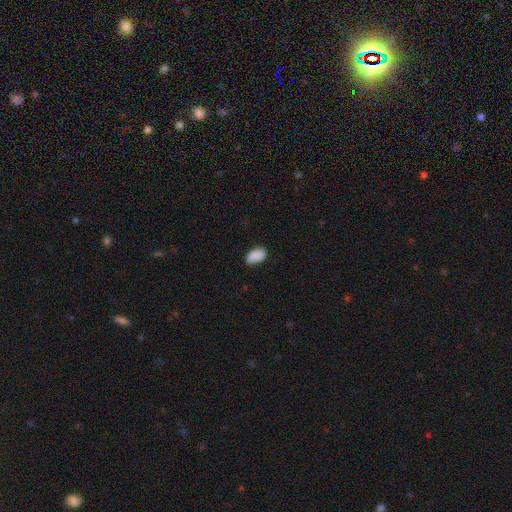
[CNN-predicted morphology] A smooth galaxy with no disk features (86%) that is in between round and cigar-shaped (93%).

Vote fractions:
- Smooth or featured? smooth: 86% / star or artifact: 8% / featured or disk: 6%
- How rounded? in between: 93% / round: 5% / cigar-shaped: 2%
- Merging? none: 73% / minor disturbance: 21% / major disturbance: 4% / merger: 2%